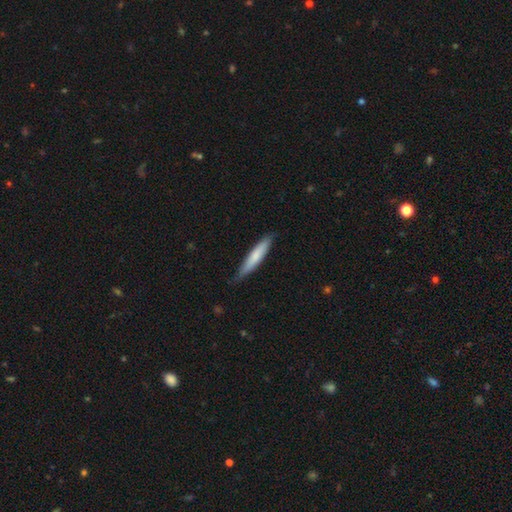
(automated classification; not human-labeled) Smooth or featured? smooth (71%)
How rounded? cigar-shaped (89%)
Merging? none (77%)